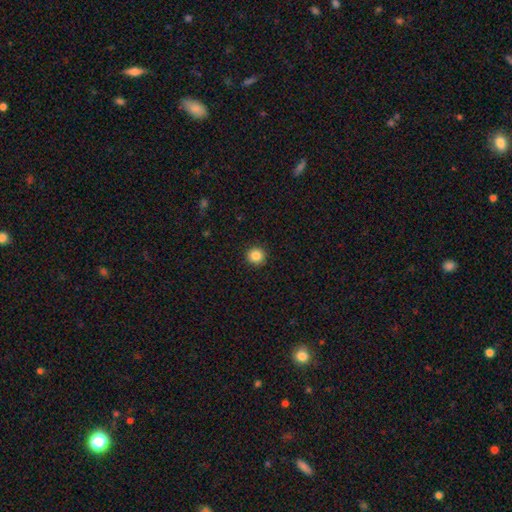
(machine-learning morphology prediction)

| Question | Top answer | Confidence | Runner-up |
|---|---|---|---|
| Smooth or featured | smooth | 86% | star or artifact (10%) |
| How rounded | round | 94% | in between (5%) |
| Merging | none | 92% | minor disturbance (5%) |